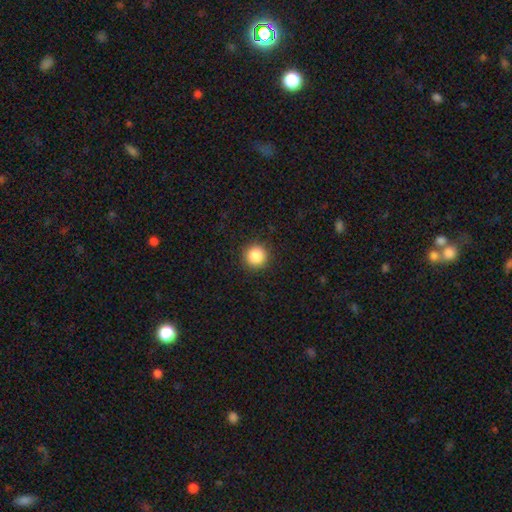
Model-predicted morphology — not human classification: type=smooth (87%); roundness=round (96%); merging=none (92%).